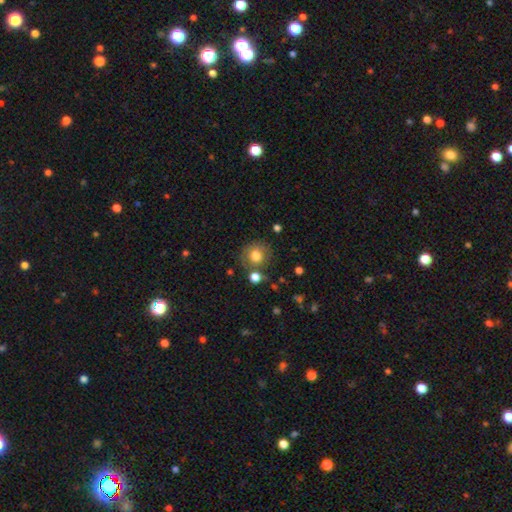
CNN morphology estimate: The model was most divided on "merging": none: 73%, minor disturbance: 14%, merger: 9%, major disturbance: 5%. More confident: how rounded — round (88%); smooth or featured — smooth (77%).